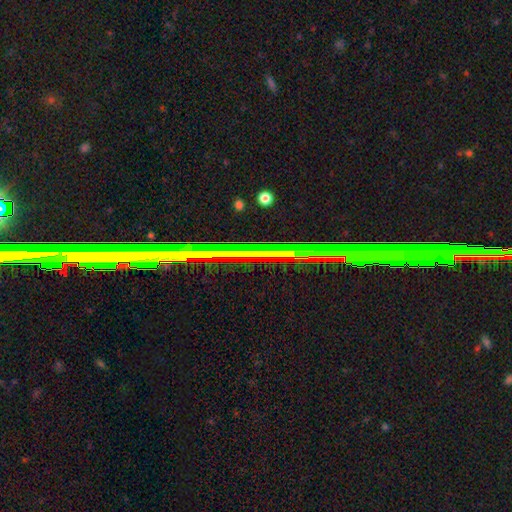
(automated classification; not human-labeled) A star or artifact, not a galaxy (70%).